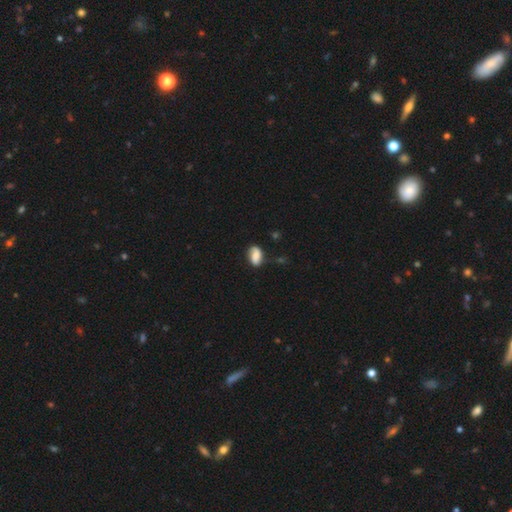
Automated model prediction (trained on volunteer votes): A smooth galaxy with no disk features (69%) that is in between round and cigar-shaped (88%). Merging: none (63%).